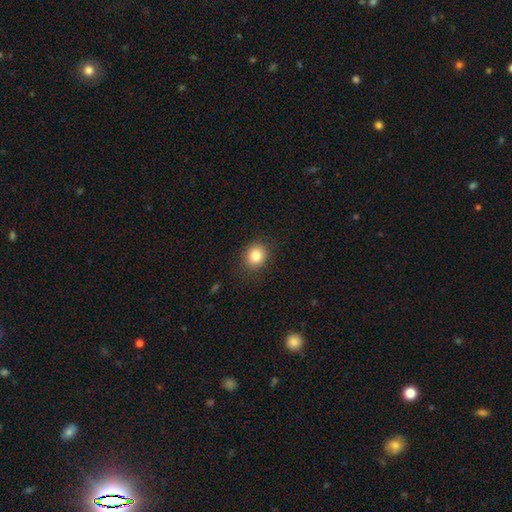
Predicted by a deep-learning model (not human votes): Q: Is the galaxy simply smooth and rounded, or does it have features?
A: smooth — 83%.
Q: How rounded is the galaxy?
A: round — 77%.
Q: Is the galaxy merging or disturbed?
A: none — 88%.